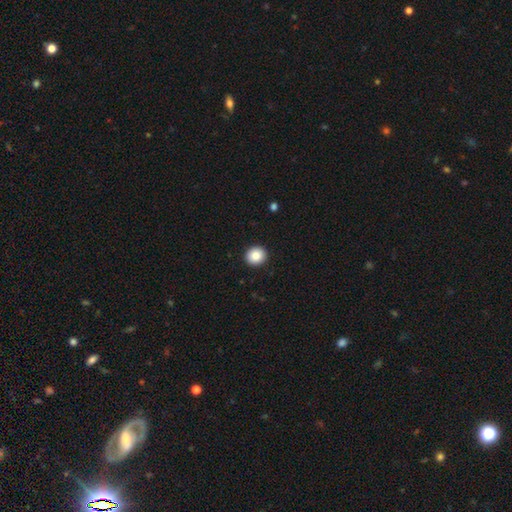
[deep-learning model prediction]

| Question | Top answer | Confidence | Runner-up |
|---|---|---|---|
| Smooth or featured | smooth | 85% | star or artifact (9%) |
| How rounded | round | 89% | in between (10%) |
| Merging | none | 93% | minor disturbance (5%) |